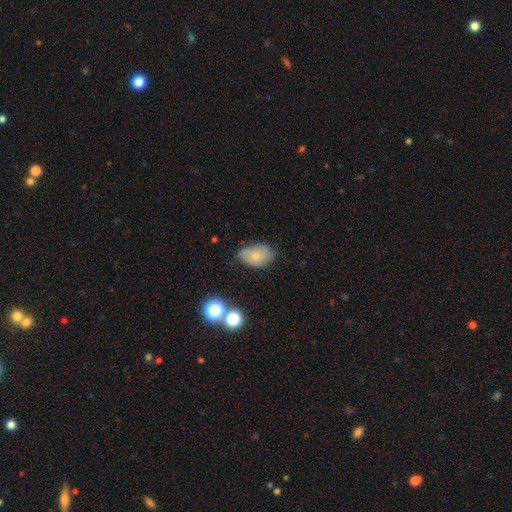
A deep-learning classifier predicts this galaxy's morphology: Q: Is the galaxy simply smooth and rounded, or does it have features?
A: smooth — 66%.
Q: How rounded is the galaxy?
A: in between — 85%.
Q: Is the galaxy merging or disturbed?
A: none — 60%.